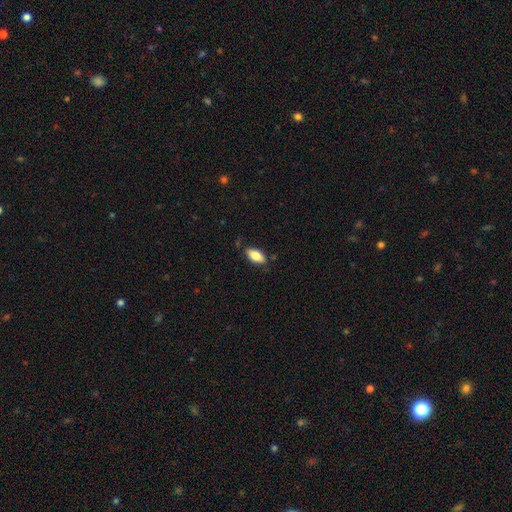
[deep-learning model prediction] smooth-or-featured: smooth: 82% | featured or disk: 11% | star or artifact: 7%
  how-rounded: in between: 90% | cigar-shaped: 8% | round: 3%
  merging: none: 79% | minor disturbance: 16% | major disturbance: 3% | merger: 2%